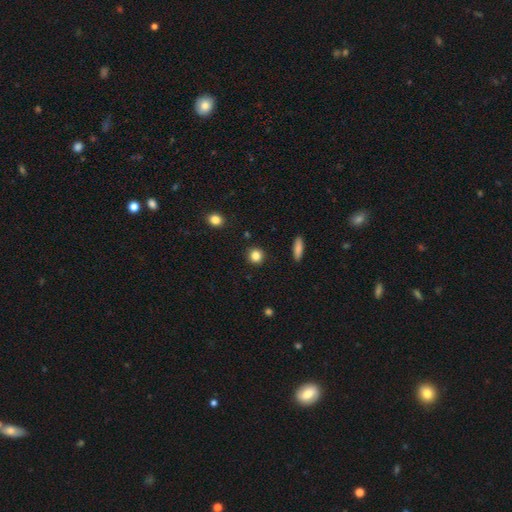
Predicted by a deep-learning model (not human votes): smooth_or_featured: smooth (p=0.84) [alt: star or artifact p=0.10]
how_rounded: round (p=0.90) [alt: in between p=0.08]
merging: none (p=0.90) [alt: minor disturbance p=0.06]